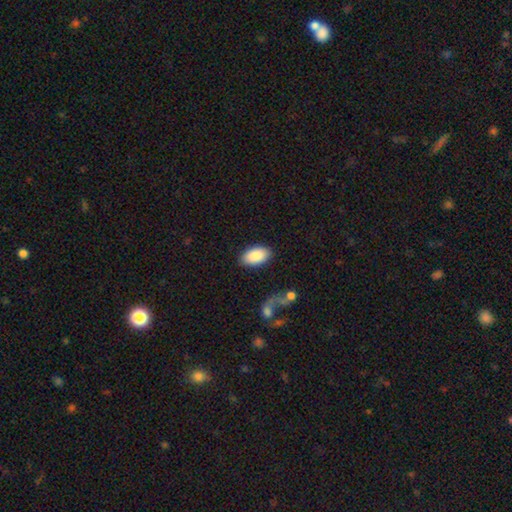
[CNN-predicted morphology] Smooth or featured: smooth — 88% (featured or disk — 6%)
How rounded: in between — 95% (round — 3%)
Merging: none — 84% (minor disturbance — 10%)